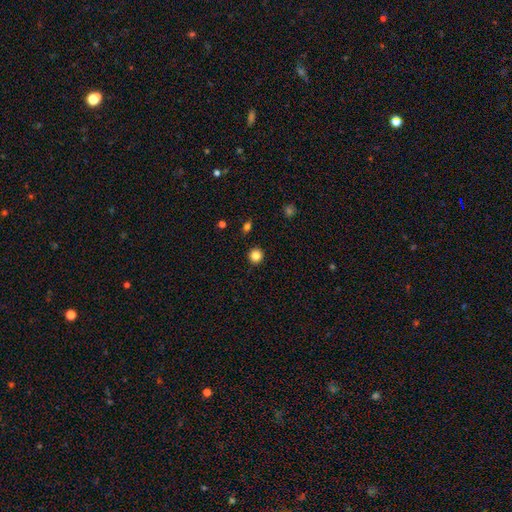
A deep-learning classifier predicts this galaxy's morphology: Smooth or featured?
  - smooth: 84% *
  - star or artifact: 11%
  - featured or disk: 5%
How rounded?
  - round: 94% *
  - in between: 5%
  - cigar-shaped: 1%
Merging?
  - none: 92% *
  - minor disturbance: 5%
  - major disturbance: 2%
  - merger: 1%